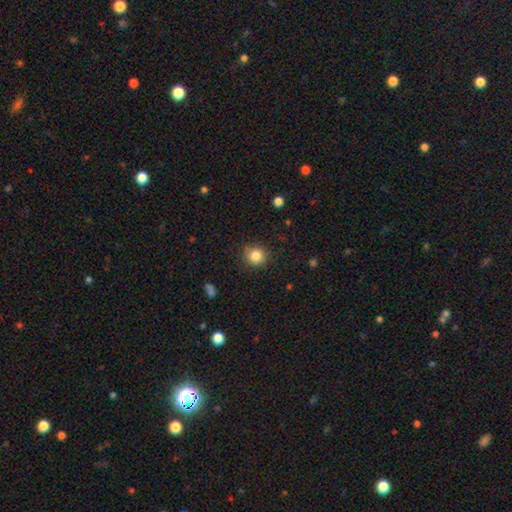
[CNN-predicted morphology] Overall: smooth (84%). How rounded: round (90%). Merging: none (87%).